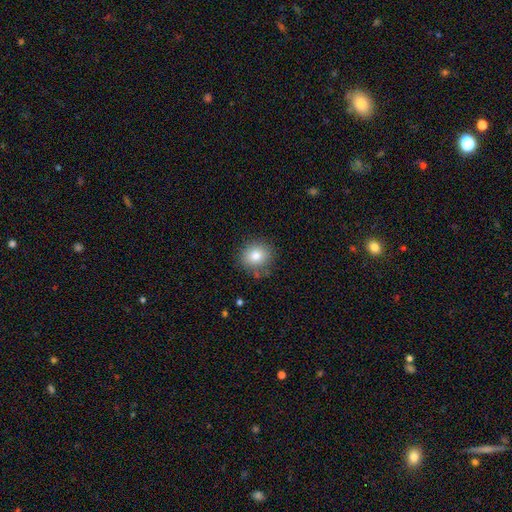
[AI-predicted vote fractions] Smooth or featured? smooth (81%)
How rounded? round (77%)
Merging? none (83%)